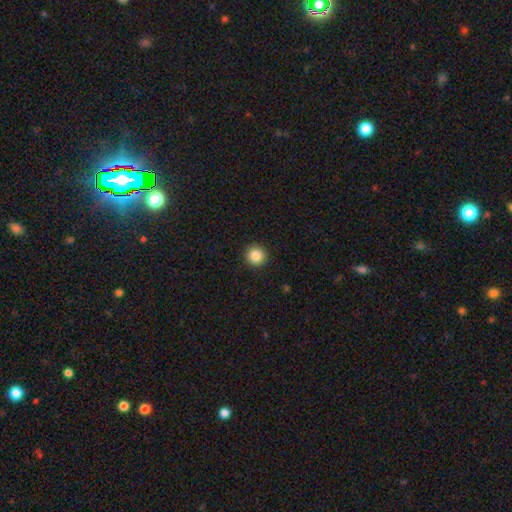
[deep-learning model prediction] The model was most divided on "smooth or featured": smooth: 85%, star or artifact: 10%, featured or disk: 5%. More confident: how rounded — round (96%); merging — none (93%).